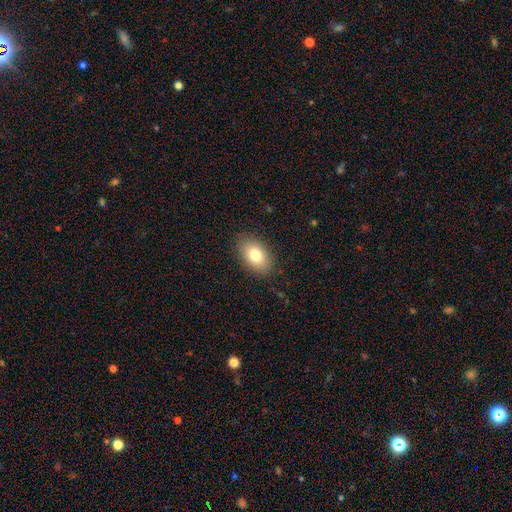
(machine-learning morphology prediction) Smooth or featured: smooth — 80% (featured or disk — 12%)
How rounded: in between — 88% (round — 10%)
Merging: none — 88% (minor disturbance — 9%)